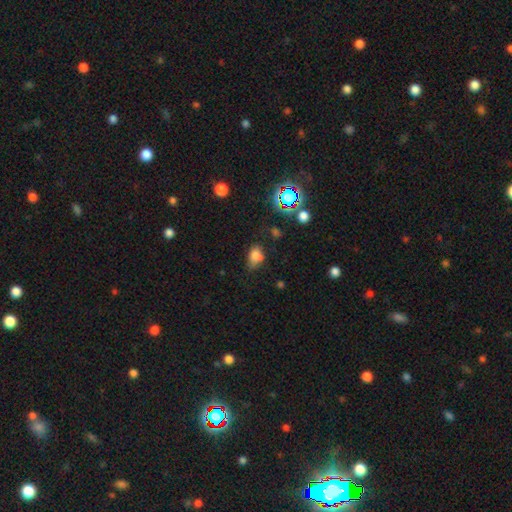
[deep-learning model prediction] Smooth or featured: smooth — 74% (star or artifact — 16%)
How rounded: in between — 75% (round — 23%)
Merging: none — 53% (minor disturbance — 32%)